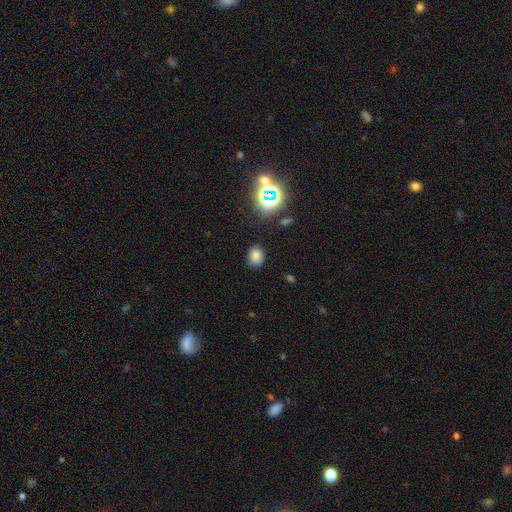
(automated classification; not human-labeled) Smooth or featured?
  - smooth: 75% *
  - star or artifact: 19%
  - featured or disk: 6%
How rounded?
  - in between: 53% *
  - round: 46%
  - cigar-shaped: 1%
Merging?
  - none: 83% *
  - minor disturbance: 12%
  - major disturbance: 3%
  - merger: 2%